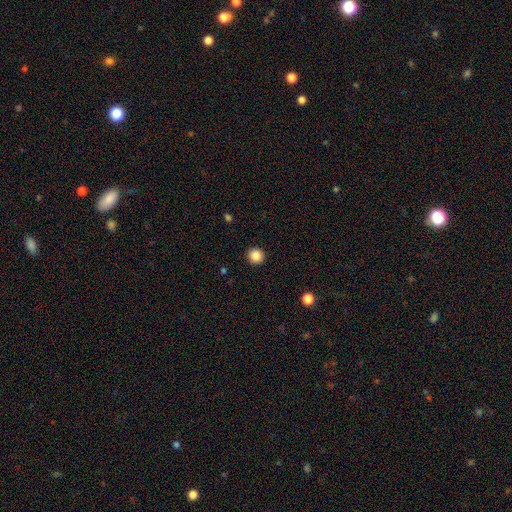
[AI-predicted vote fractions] smooth-or-featured: smooth: 85% | star or artifact: 10% | featured or disk: 4%
  how-rounded: round: 95% | in between: 4% | cigar-shaped: 1%
  merging: none: 94% | minor disturbance: 4% | major disturbance: 1% | merger: 1%